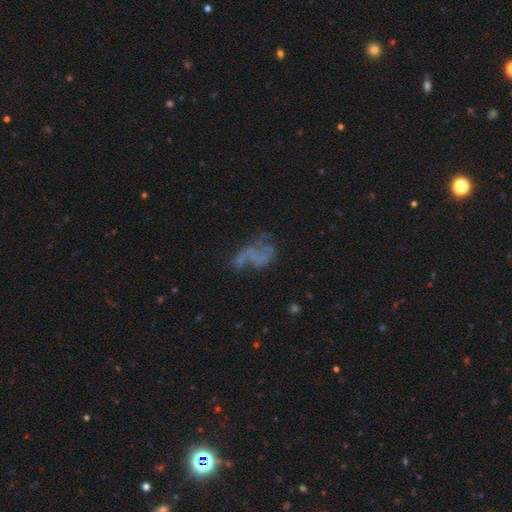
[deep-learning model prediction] This is possibly a featured or disk galaxy (51%). It is clearly not viewed edge-on (97%). Merging: marginally major disturbance (37%).